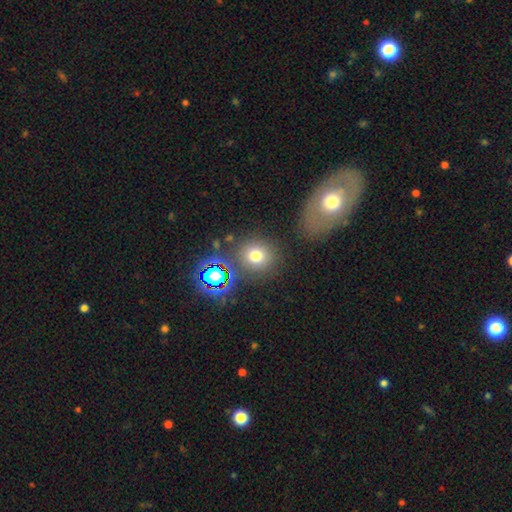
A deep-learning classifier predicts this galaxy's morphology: type=smooth (71%); roundness=round (85%); merging=none (79%).